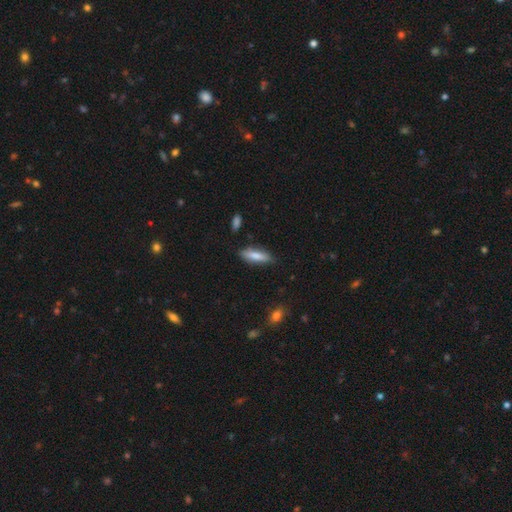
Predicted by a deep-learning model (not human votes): A smooth galaxy with no disk features (75%) that is cigar-shaped (59%). Merging: none (81%).